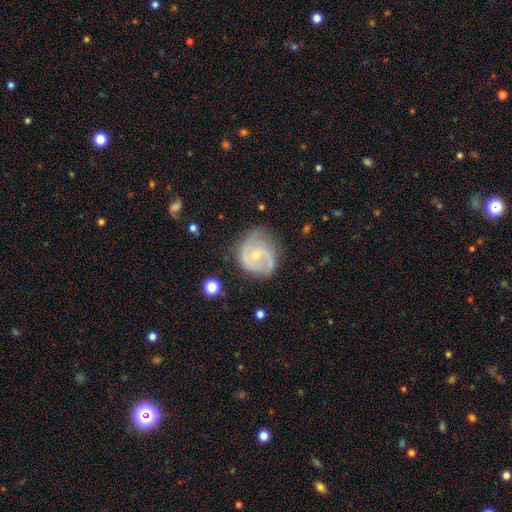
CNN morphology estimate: featured or disk 76%, smooth 18%, star or artifact 6%. Down the decision tree: edge-on disk — no (98%); bar — no (62%); spiral arms — yes (91%); spiral arm count — 2 (59%); spiral winding — tight (44%); bulge size — small (55%); merging — none (64%).